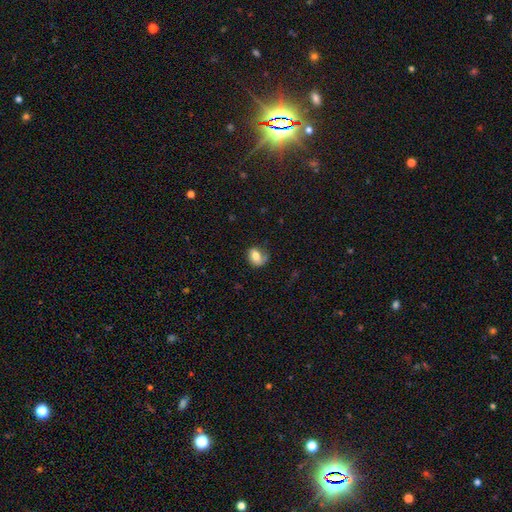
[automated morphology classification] This appears to be a smooth galaxy with no disk features (71%) that is in between round and cigar-shaped (58%). Merging: none (52%).